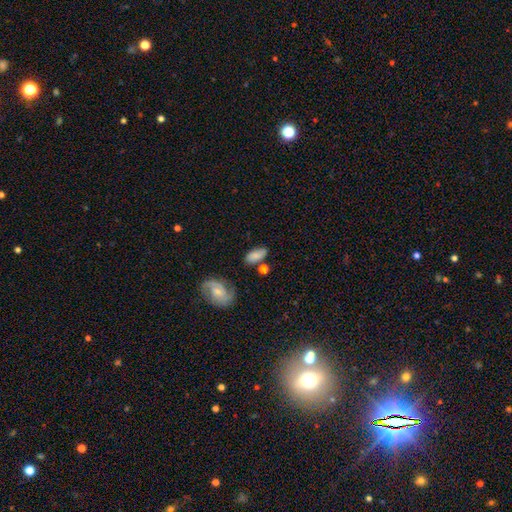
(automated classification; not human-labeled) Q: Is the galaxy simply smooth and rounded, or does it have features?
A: smooth — 69%.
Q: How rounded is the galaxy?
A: in between — 88%.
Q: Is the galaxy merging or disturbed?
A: none — 60%.